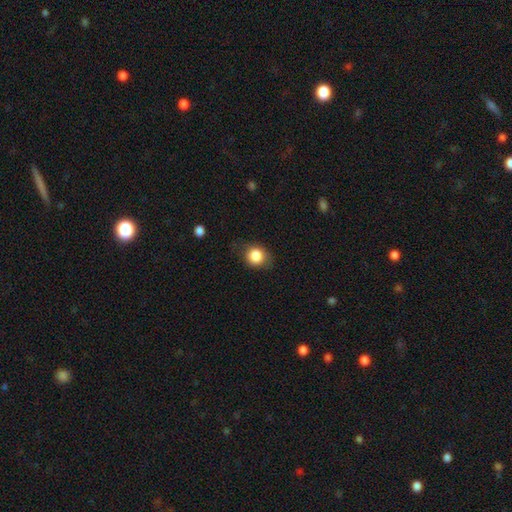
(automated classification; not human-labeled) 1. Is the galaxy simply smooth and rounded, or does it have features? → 84% smooth, 9% star or artifact, 7% featured or disk.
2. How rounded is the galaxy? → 69% round, 30% in between, 1% cigar-shaped.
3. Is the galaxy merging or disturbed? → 74% none, 19% minor disturbance, 6% major disturbance, 1% merger.